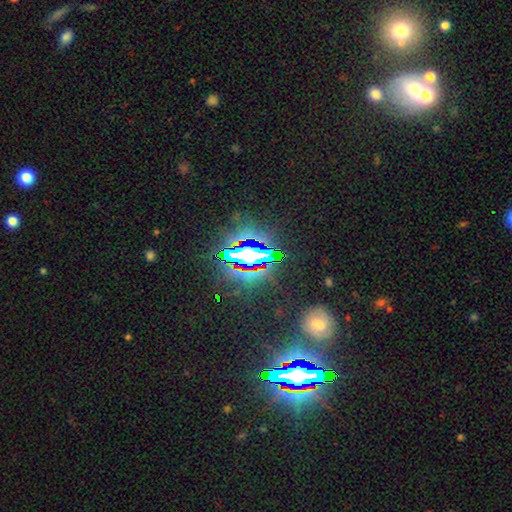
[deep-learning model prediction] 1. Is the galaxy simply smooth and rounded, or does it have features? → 79% star or artifact, 12% smooth, 10% featured or disk.